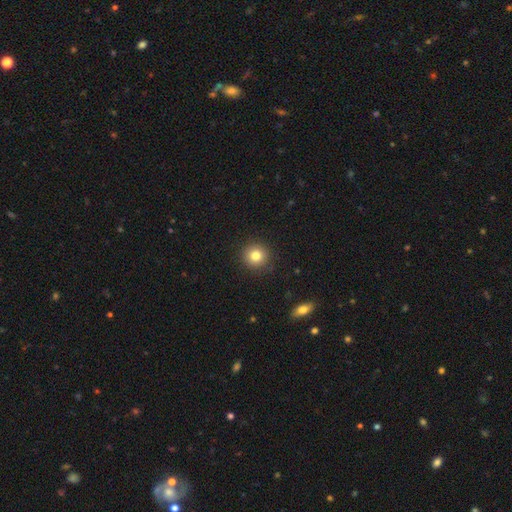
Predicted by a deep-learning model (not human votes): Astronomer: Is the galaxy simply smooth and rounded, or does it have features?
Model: smooth — 80%.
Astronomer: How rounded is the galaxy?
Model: round — 94%.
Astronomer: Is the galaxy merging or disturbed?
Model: none — 92%.